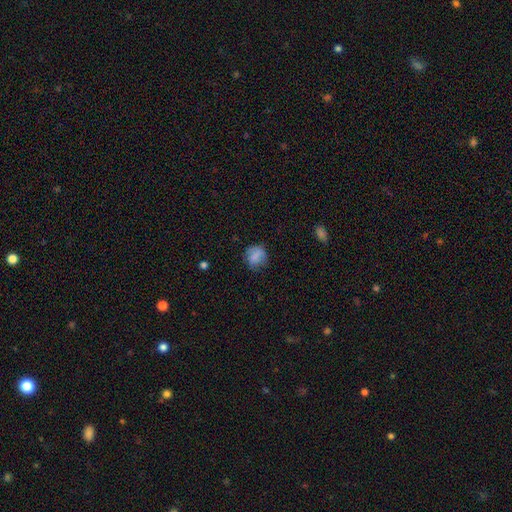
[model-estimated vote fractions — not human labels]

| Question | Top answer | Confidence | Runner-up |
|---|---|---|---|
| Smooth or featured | smooth | 79% | featured or disk (11%) |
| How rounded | round | 69% | in between (30%) |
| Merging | none | 66% | minor disturbance (24%) |